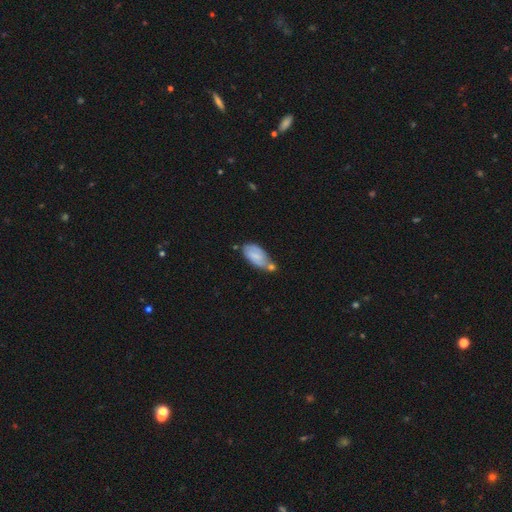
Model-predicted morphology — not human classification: smooth 63%, featured or disk 30%, star or artifact 7%. Down the decision tree: how rounded — in between (90%); merging — none (34%).